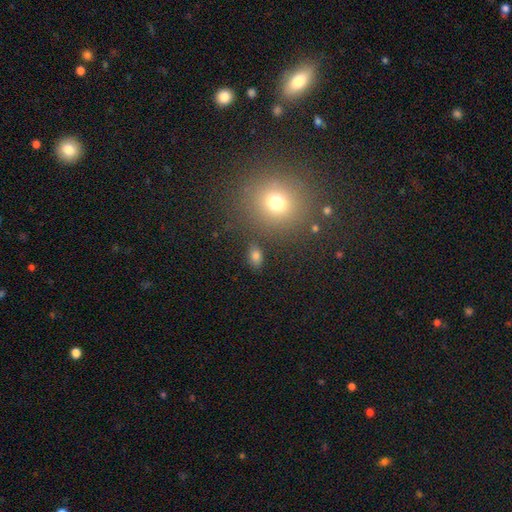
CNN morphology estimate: This appears to be a smooth galaxy with no disk features (79%) that is in between round and cigar-shaped (78%). Merging: none (82%).